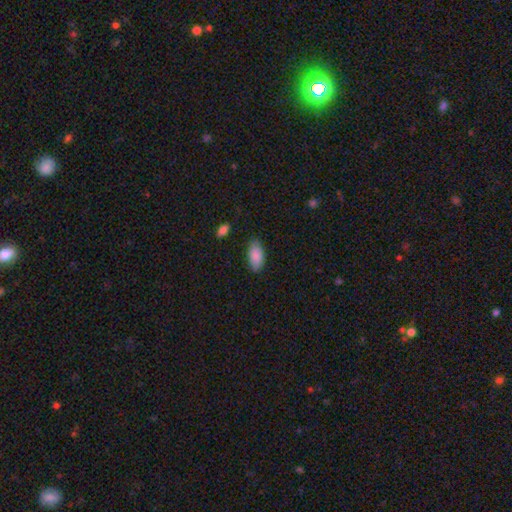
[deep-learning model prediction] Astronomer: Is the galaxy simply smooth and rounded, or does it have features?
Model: smooth — 89%.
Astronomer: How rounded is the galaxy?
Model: in between — 93%.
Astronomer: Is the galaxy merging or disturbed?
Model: none — 83%.